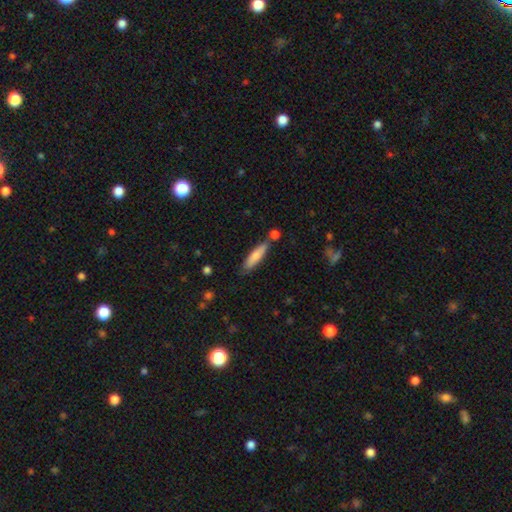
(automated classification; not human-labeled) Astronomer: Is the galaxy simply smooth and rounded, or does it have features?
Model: smooth — 76%.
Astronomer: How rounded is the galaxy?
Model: cigar-shaped — 76%.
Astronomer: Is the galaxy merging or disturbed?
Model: none — 70%.